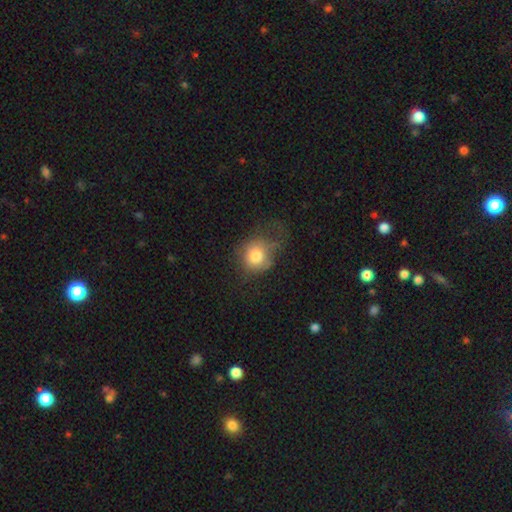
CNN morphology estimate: smooth_or_featured: smooth (p=0.75) [alt: featured or disk p=0.15]
how_rounded: round (p=0.71) [alt: in between p=0.28]
merging: none (p=0.38) [alt: major disturbance p=0.33]